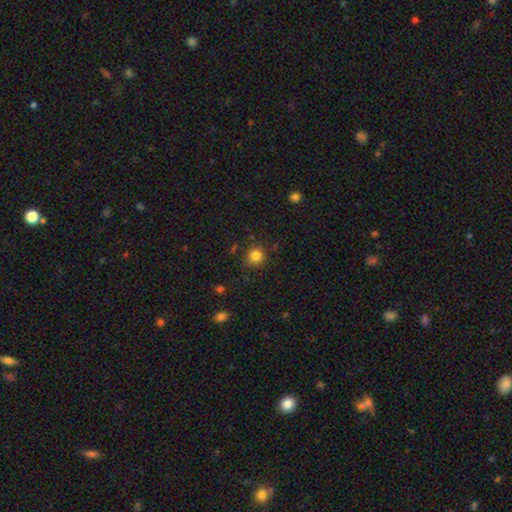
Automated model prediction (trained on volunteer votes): Smooth or featured? Predicted: smooth (p=0.83). How rounded? Predicted: round (p=0.91). Merging? Predicted: none (p=0.85).